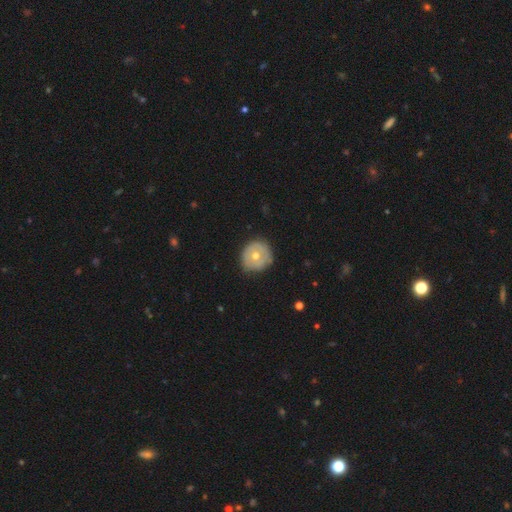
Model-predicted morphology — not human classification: Smooth or featured? smooth (51%)
How rounded? round (90%)
Merging? none (78%)